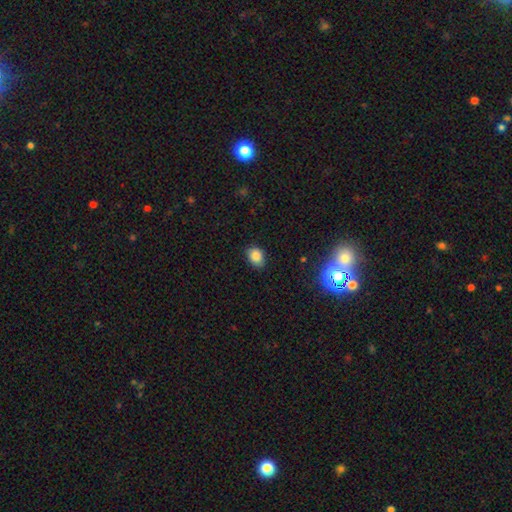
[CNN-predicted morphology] Smooth or featured? smooth (84%)
How rounded? in between (69%)
Merging? none (81%)